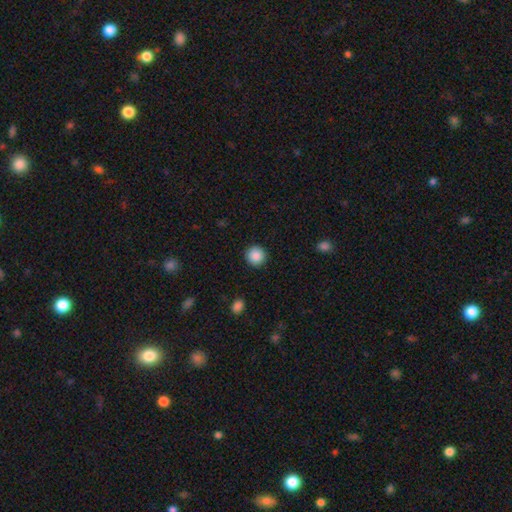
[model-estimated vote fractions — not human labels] Smooth or featured? Predicted: smooth (p=0.88). How rounded? Predicted: round (p=0.95). Merging? Predicted: none (p=0.92).